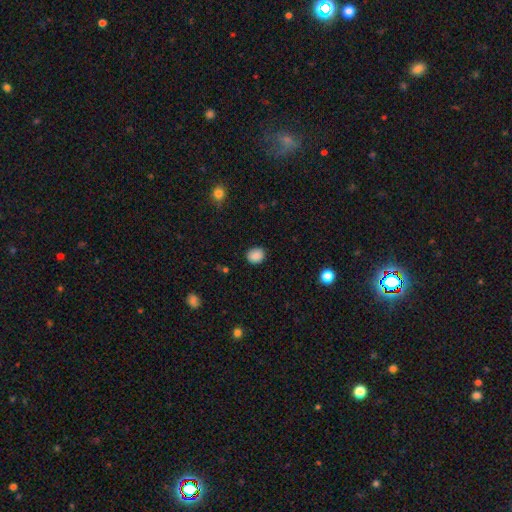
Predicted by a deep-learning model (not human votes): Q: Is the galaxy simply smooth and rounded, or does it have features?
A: smooth — 87%.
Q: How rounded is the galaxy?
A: round — 70%.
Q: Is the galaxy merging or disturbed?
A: none — 87%.